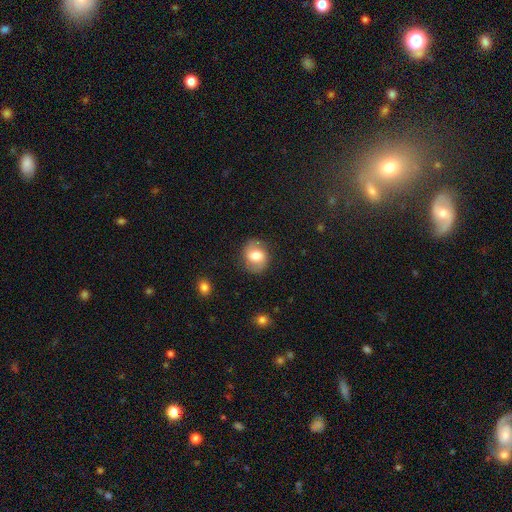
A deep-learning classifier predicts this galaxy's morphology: Overall: smooth (47%; featured or disk 45%). Merging: none (80%).